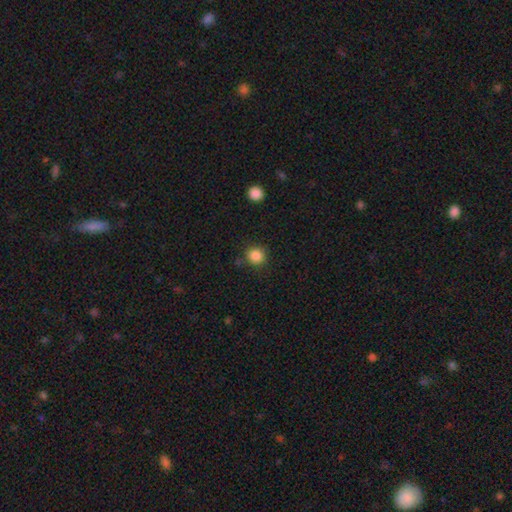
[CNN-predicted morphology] smooth-or-featured: smooth: 86% | star or artifact: 11% | featured or disk: 4%
  how-rounded: round: 90% | in between: 9% | cigar-shaped: 1%
  merging: none: 86% | minor disturbance: 9% | major disturbance: 3% | merger: 3%